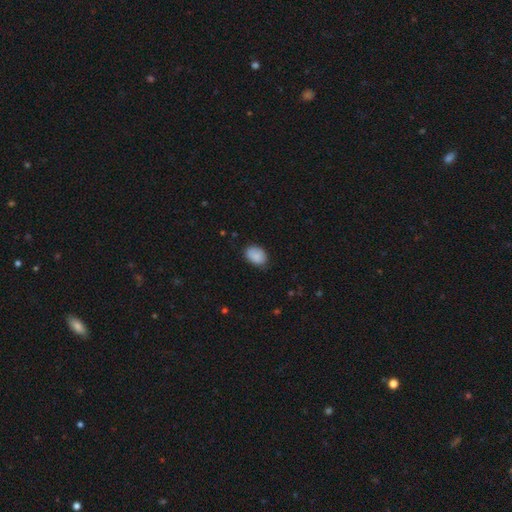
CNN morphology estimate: type=smooth (88%); roundness=in between (80%); merging=none (74%).